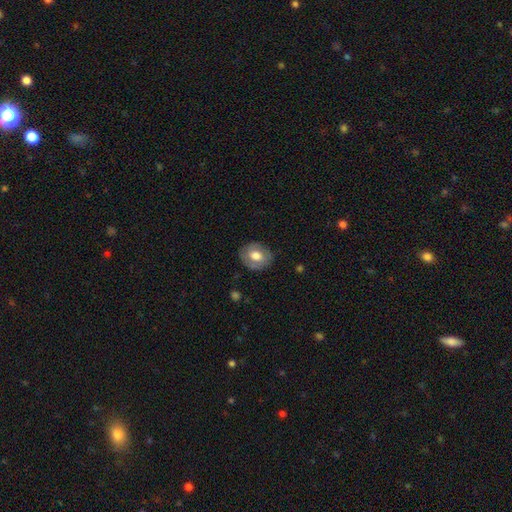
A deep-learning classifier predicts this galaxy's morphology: Smooth or featured: smooth — 63% (featured or disk — 30%)
How rounded: round — 52% (in between — 47%)
Merging: none — 82% (minor disturbance — 13%)